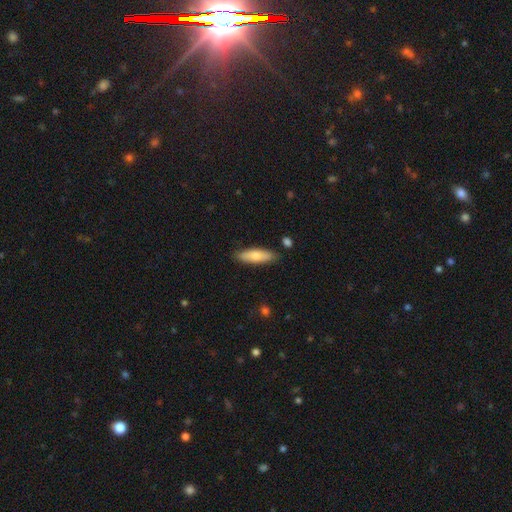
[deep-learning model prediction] smooth 76%, featured or disk 19%, star or artifact 6%. Down the decision tree: how rounded — cigar-shaped (53%); merging — none (84%).